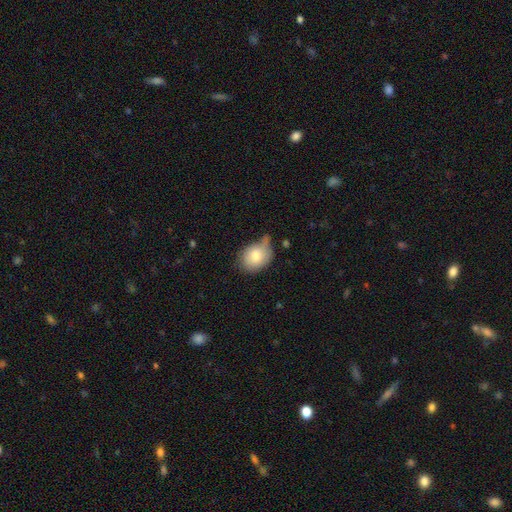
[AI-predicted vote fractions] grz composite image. It shows a smooth galaxy with no disk features (78%) that is in between round and cigar-shaped (60%). Merging: none (44%).